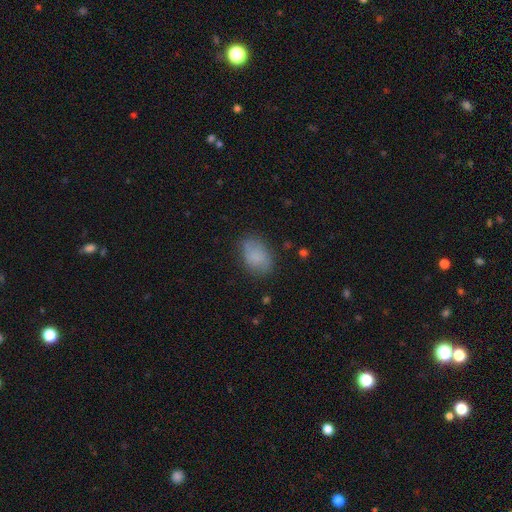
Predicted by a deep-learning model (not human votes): Smooth or featured?
  - smooth: 80% *
  - featured or disk: 12%
  - star or artifact: 8%
How rounded?
  - in between: 84% *
  - round: 14%
  - cigar-shaped: 1%
Merging?
  - none: 73% *
  - minor disturbance: 20%
  - major disturbance: 6%
  - merger: 2%